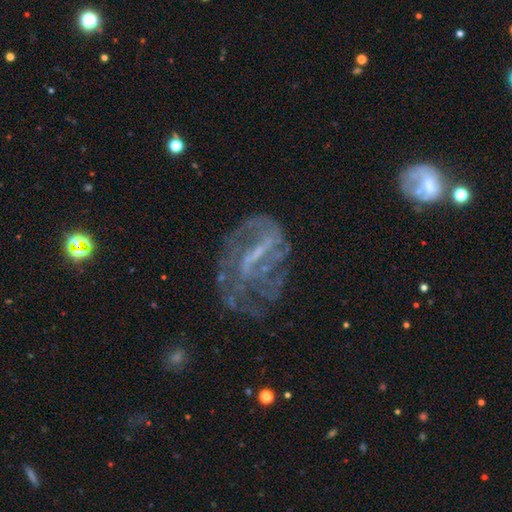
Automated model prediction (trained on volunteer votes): Morphology: type=featured or disk (73%); edge-on=no (95%); bar=strong (40%); spiral arms=yes (65%); bulge=none (42%); merging=none (43%).